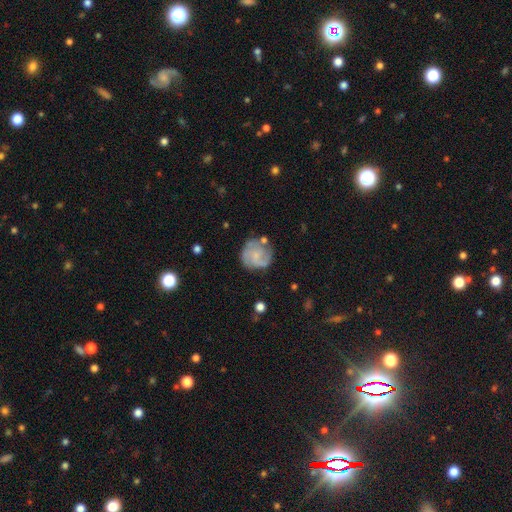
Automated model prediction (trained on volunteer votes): A featured or disk galaxy (57%) with no bar (67%), spiral arms (81%) and a small central bulge (51%). Merging: none (65%).